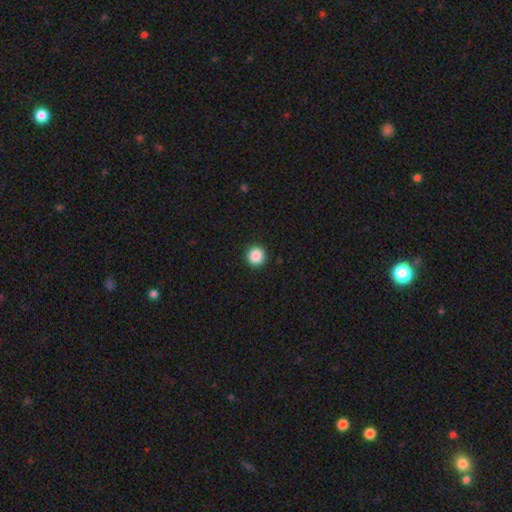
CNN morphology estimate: Smooth or featured? smooth (88%)
How rounded? round (95%)
Merging? none (93%)